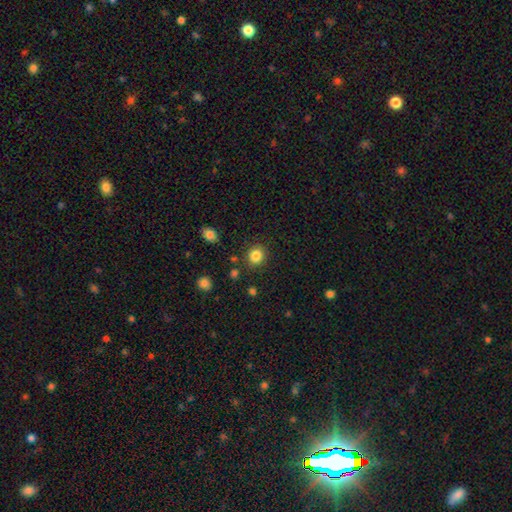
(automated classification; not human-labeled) Smooth or featured? smooth (85%)
How rounded? round (80%)
Merging? none (86%)